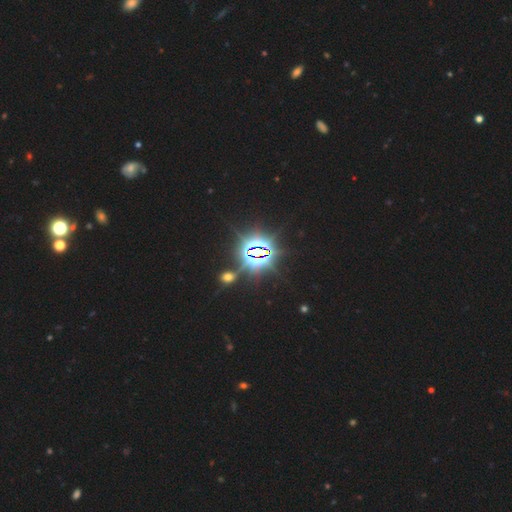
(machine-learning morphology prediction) smooth-or-featured: star or artifact: 85% | smooth: 8% | featured or disk: 7%